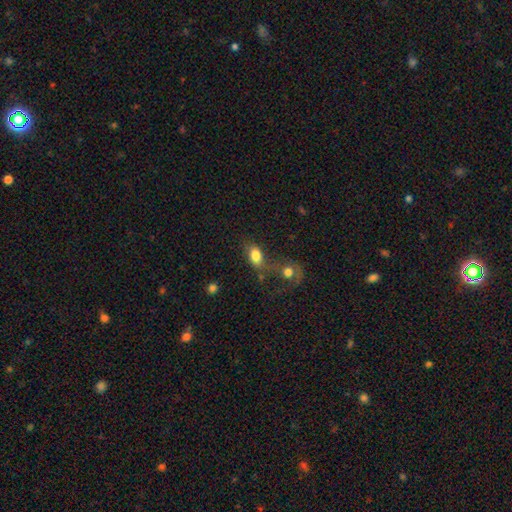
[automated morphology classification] A smooth galaxy with no disk features (81%) that is in between round and cigar-shaped (82%). Merging: none (41%).